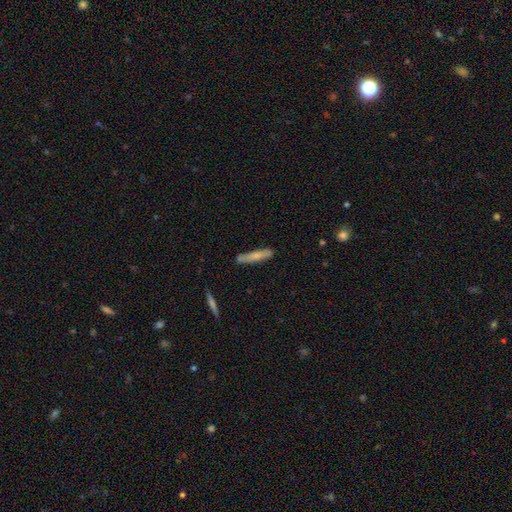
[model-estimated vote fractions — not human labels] Q: Smooth or featured?
A: smooth (65%); runner-up: featured or disk (29%)
Q: How rounded?
A: cigar-shaped (89%); runner-up: in between (9%)
Q: Merging?
A: none (80%); runner-up: minor disturbance (14%)